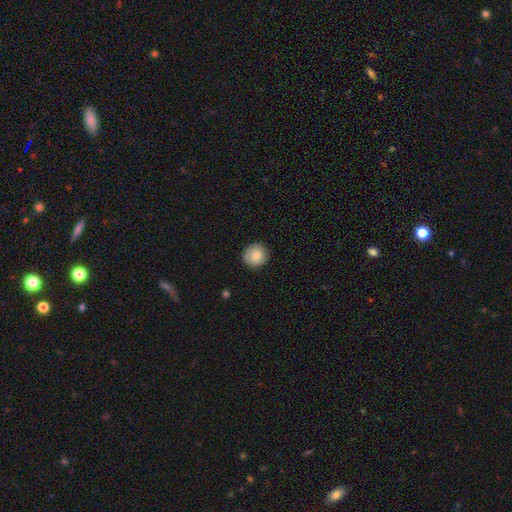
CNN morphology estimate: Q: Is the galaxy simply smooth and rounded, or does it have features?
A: smooth — 83%.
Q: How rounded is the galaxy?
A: round — 92%.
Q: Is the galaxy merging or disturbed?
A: none — 85%.